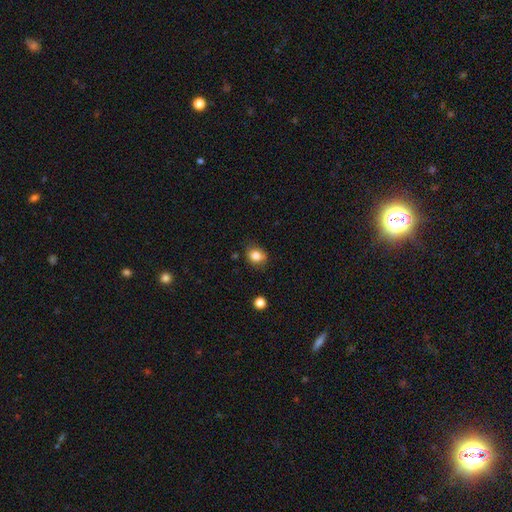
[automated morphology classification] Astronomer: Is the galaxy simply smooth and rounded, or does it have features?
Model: smooth — 83%.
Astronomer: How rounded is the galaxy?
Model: round — 61% (runner-up: in between, 39%).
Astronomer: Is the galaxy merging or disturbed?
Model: none — 76%.